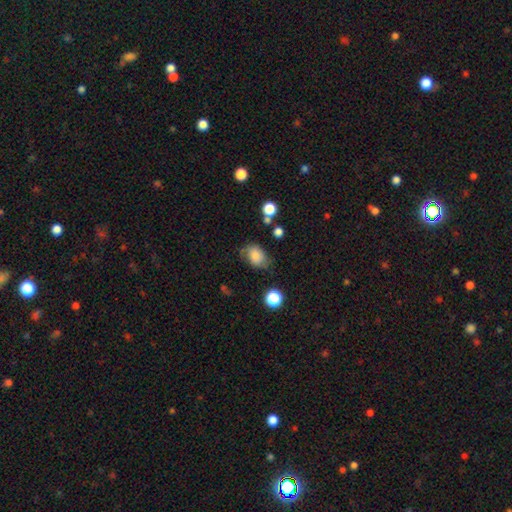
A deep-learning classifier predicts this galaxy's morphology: smooth 76%, featured or disk 14%, star or artifact 10%. Down the decision tree: how rounded — in between (71%); merging — none (57%).